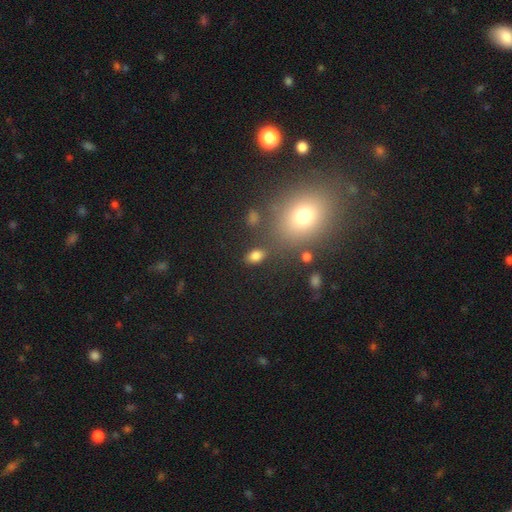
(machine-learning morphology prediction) smooth 81%, star or artifact 12%, featured or disk 7%. Down the decision tree: how rounded — in between (83%); merging — none (78%).